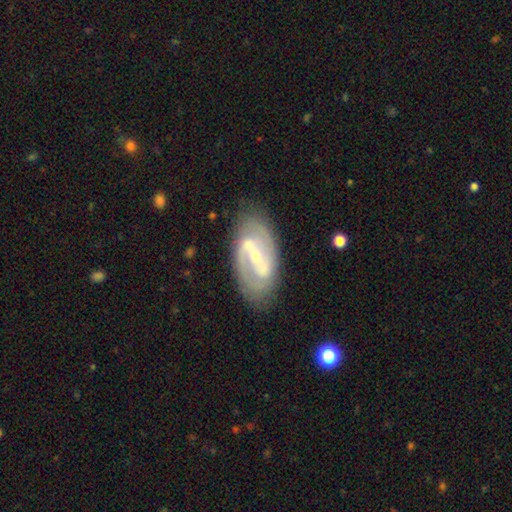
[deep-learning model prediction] This is clearly a featured or disk galaxy (85%). It is clearly not viewed edge-on (95%). Bar: possibly strong (52%). Spiral arm pattern: clearly yes (91%). Spiral arm count: clearly 2 (87%). Spiral winding: possibly medium (47%). Central bulge: likely small (64%). Merging: clearly none (81%).